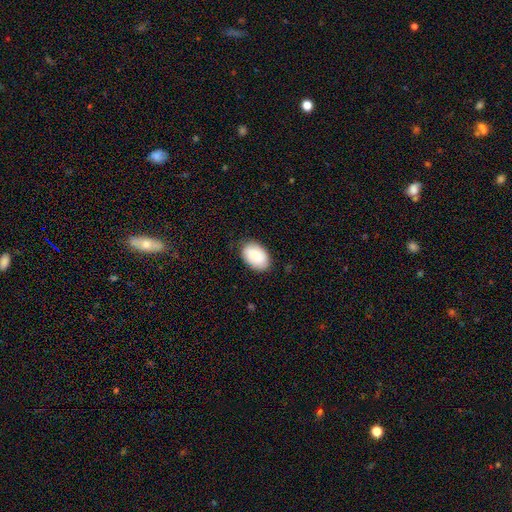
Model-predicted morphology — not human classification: smooth_or_featured: smooth (p=0.88) [alt: featured or disk p=0.06]
how_rounded: in between (p=0.90) [alt: round p=0.09]
merging: none (p=0.84) [alt: minor disturbance p=0.13]